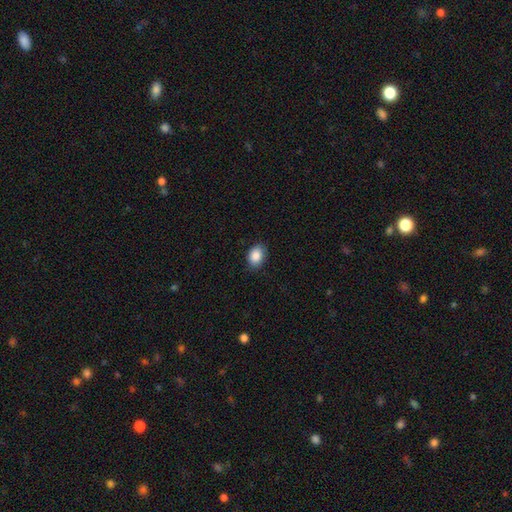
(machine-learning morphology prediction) smooth_or_featured: smooth (p=0.88) [alt: star or artifact p=0.08]
how_rounded: in between (p=0.76) [alt: round p=0.23]
merging: none (p=0.85) [alt: minor disturbance p=0.12]